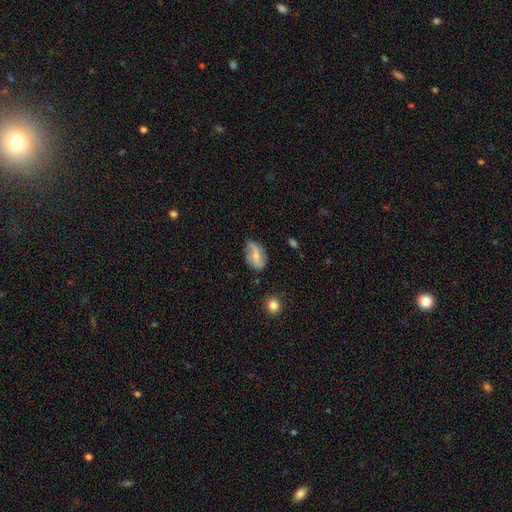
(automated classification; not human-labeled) A smooth galaxy with no disk features (47%). Merging: none (55%).